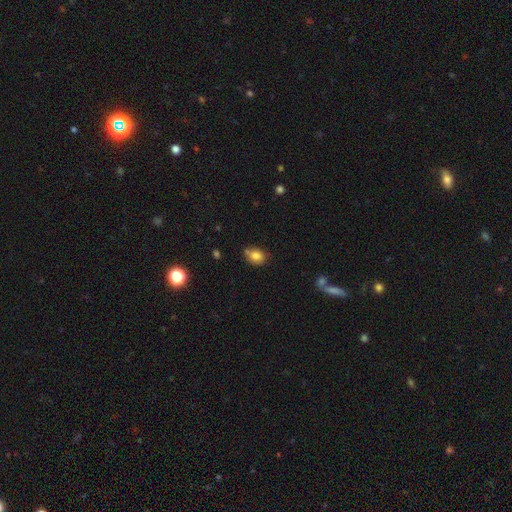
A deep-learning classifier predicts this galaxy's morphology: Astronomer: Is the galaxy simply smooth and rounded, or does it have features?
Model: smooth — 80%.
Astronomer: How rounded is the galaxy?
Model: in between — 57% (runner-up: round, 42%).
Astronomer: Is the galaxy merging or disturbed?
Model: none — 62%.